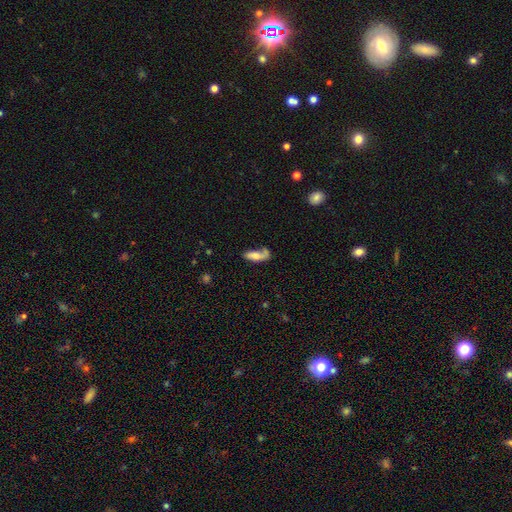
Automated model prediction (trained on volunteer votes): The model was most divided on "merging": none: 44%, minor disturbance: 22%, merger: 20%, major disturbance: 14%. More confident: how rounded — in between (62%); smooth or featured — smooth (61%).